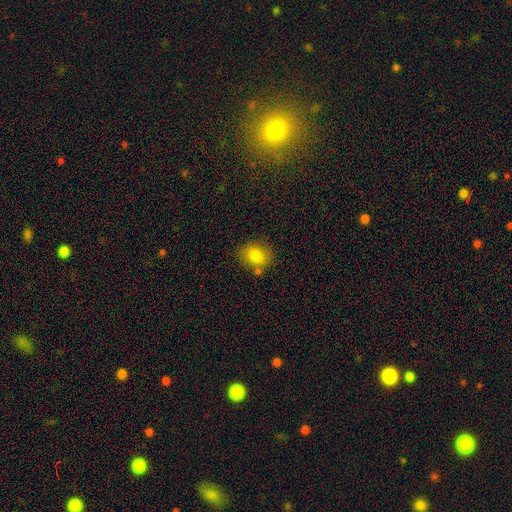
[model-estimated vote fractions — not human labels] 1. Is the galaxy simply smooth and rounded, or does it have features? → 80% smooth, 10% featured or disk, 10% star or artifact.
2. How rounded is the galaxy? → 51% in between, 48% round, 1% cigar-shaped.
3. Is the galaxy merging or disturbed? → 74% none, 15% minor disturbance, 8% merger, 4% major disturbance.